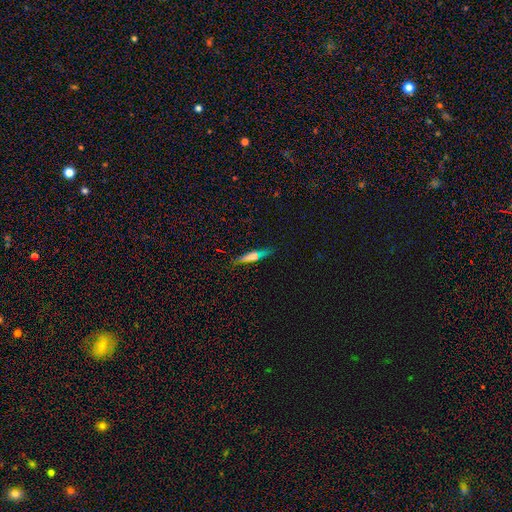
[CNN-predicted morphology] This appears to be a featured or disk galaxy (55%) viewed edge-on (95%) with a rounded central bulge (69%). Merging: none (85%).